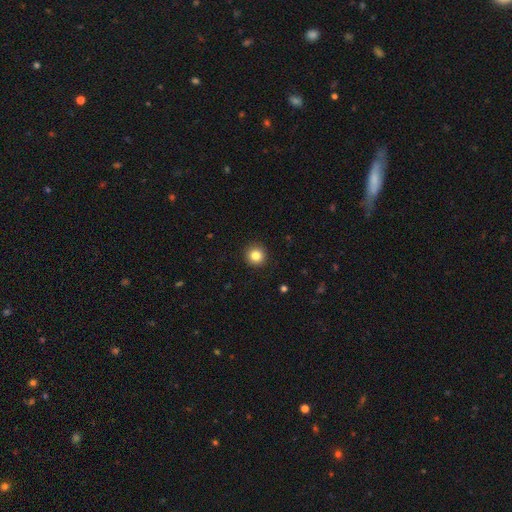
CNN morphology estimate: type=smooth (83%); roundness=round (95%); merging=none (93%).